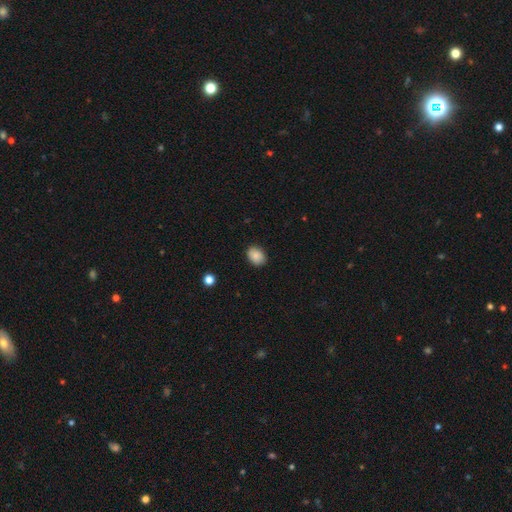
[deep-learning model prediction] A smooth galaxy with no disk features (86%) that is in between round and cigar-shaped (63%).

Vote fractions:
- Smooth or featured? smooth: 86% / star or artifact: 8% / featured or disk: 6%
- How rounded? in between: 63% / round: 37% / cigar-shaped: 1%
- Merging? none: 87% / minor disturbance: 10% / major disturbance: 2% / merger: 1%